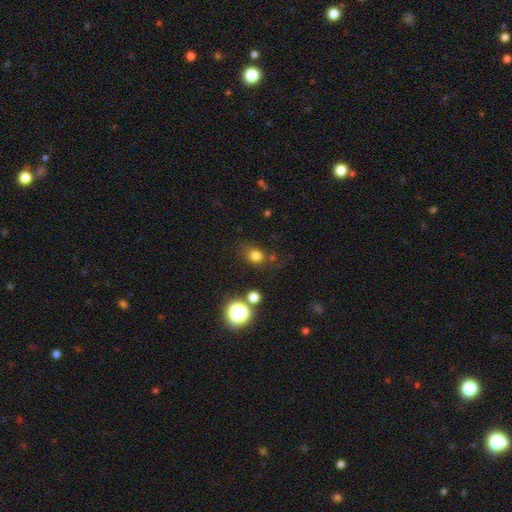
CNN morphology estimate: Overall: smooth (75%). How rounded: round (60%; in between 38%). Merging: none (70%).